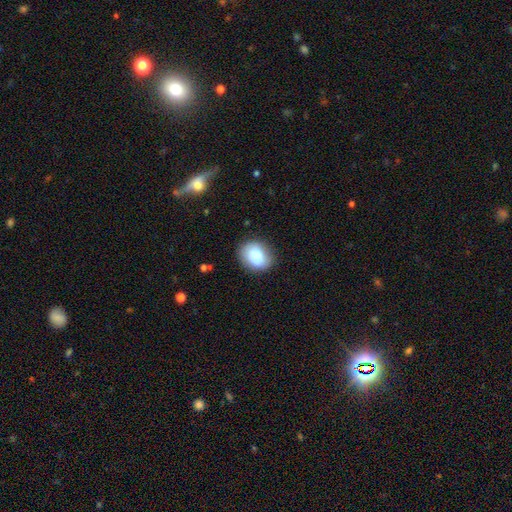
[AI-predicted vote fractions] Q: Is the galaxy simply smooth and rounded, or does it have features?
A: smooth — 84%.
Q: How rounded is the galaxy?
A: in between — 54%.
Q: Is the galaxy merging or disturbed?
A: none — 78%.